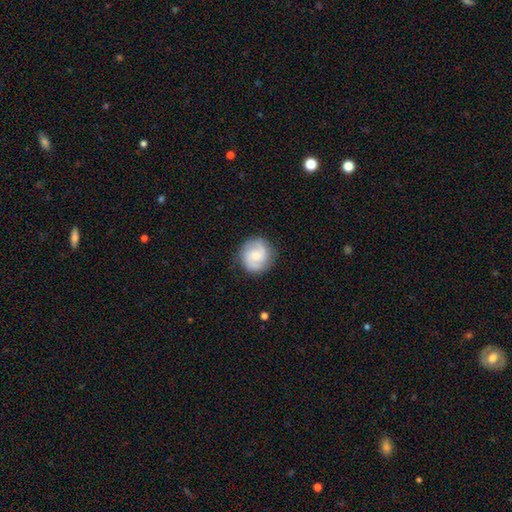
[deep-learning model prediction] Smooth or featured: featured or disk — 61% (smooth — 32%)
Edge-on disk: no — 98% (yes — 2%)
Bar: no — 60% (weak — 35%)
Spiral arms: yes — 93% (no — 7%)
Spiral winding: medium — 46% (tight — 38%)
Spiral arm count: 2 — 73% (can't tell — 10%)
Bulge size: small — 47% (moderate — 36%)
Merging: none — 83% (minor disturbance — 12%)